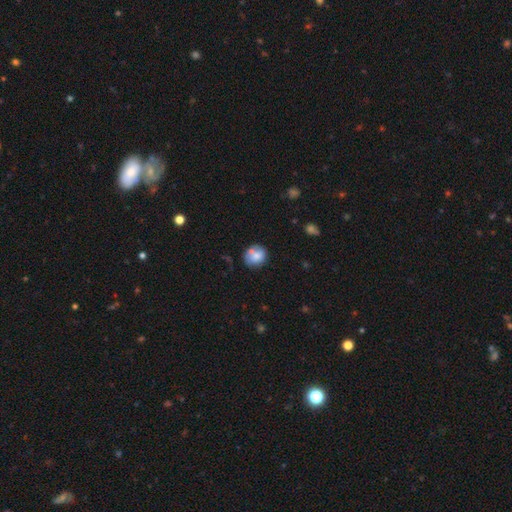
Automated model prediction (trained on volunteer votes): smooth-or-featured: smooth: 74% | featured or disk: 18% | star or artifact: 8%
  how-rounded: round: 73% | in between: 26% | cigar-shaped: 1%
  merging: none: 59% | minor disturbance: 21% | merger: 15% | major disturbance: 5%